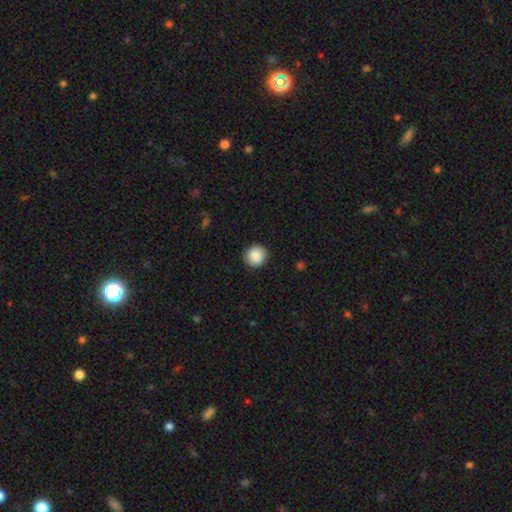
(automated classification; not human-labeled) Smooth or featured: smooth — 87% (star or artifact — 7%)
How rounded: round — 90% (in between — 9%)
Merging: none — 88% (minor disturbance — 8%)